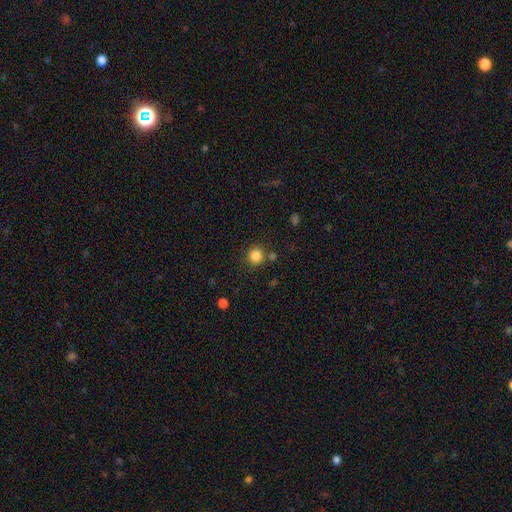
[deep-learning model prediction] This is clearly a smooth galaxy (84%). How rounded: clearly round (90%). Merging: clearly none (80%).